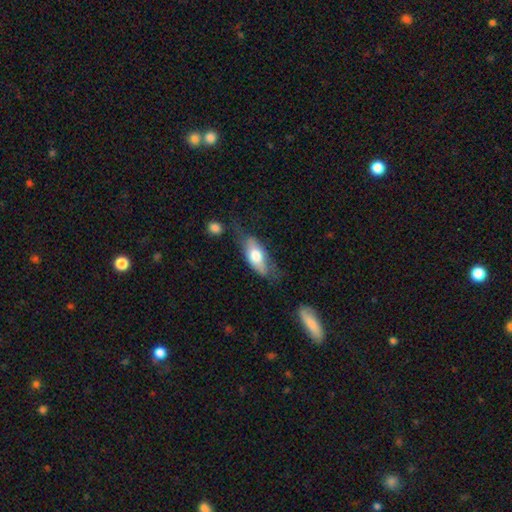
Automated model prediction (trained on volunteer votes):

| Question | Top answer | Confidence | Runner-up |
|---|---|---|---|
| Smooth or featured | smooth | 62% | featured or disk (32%) |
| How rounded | in between | 77% | cigar-shaped (19%) |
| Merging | none | 48% | minor disturbance (29%) |